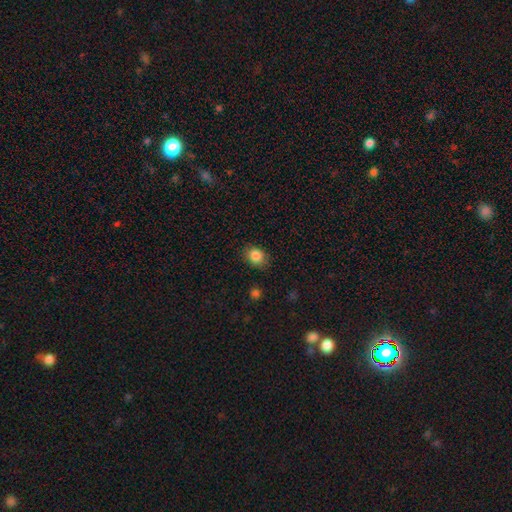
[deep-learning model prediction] The model was most divided on "how rounded": in between: 53%, round: 46%, cigar-shaped: 1%. More confident: smooth or featured — smooth (85%); merging — none (84%).